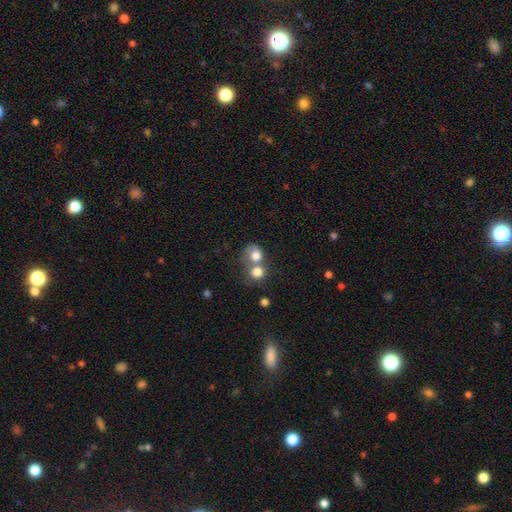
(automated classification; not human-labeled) Smooth or featured? Predicted: smooth (p=0.74). How rounded? Predicted: round (p=0.74). Merging? Predicted: merger (p=0.63).